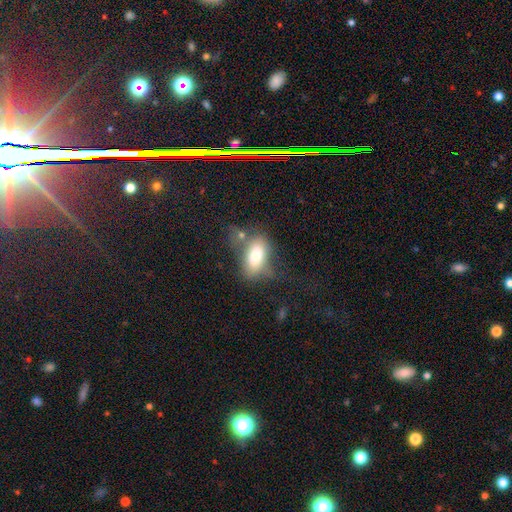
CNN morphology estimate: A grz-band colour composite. It shows a smooth galaxy with no disk features (75%) that is in between round and cigar-shaped (89%). Merging: none (46%).